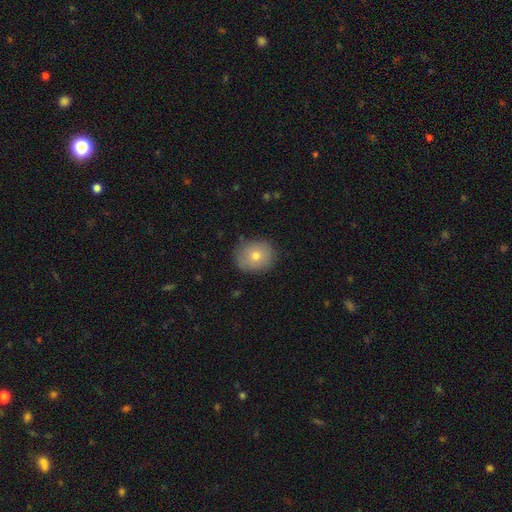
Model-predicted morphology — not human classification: A smooth galaxy with no disk features (73%) that is round (65%). Merging: none (82%).